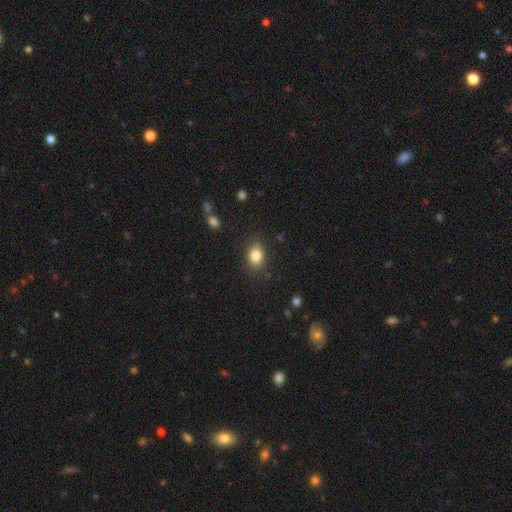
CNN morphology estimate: This is clearly a smooth galaxy (83%). How rounded: likely in between (72%). Merging: clearly none (84%).